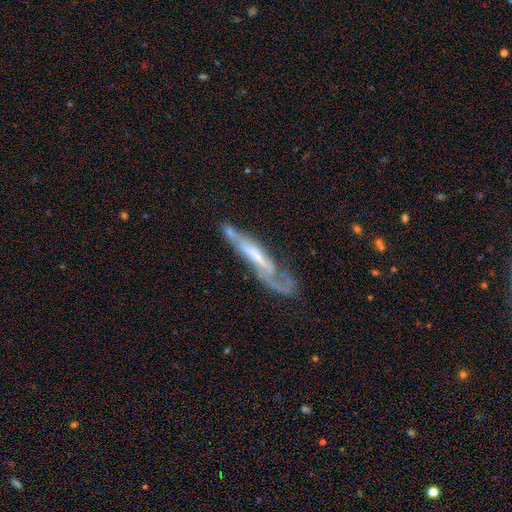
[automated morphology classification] The model was most divided on "edge-on disk": no: 53%, yes: 47%. Remaining: smooth or featured — featured or disk (73%); merging — none (45%).